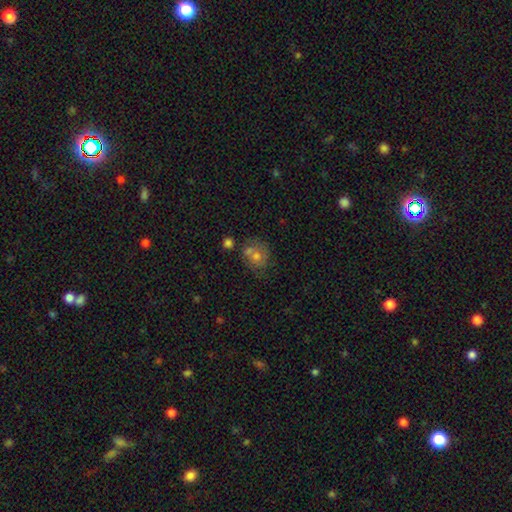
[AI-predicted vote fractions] Smooth or featured? Predicted: smooth (p=0.57). How rounded? Predicted: round (p=0.76). Merging? Predicted: none (p=0.56).